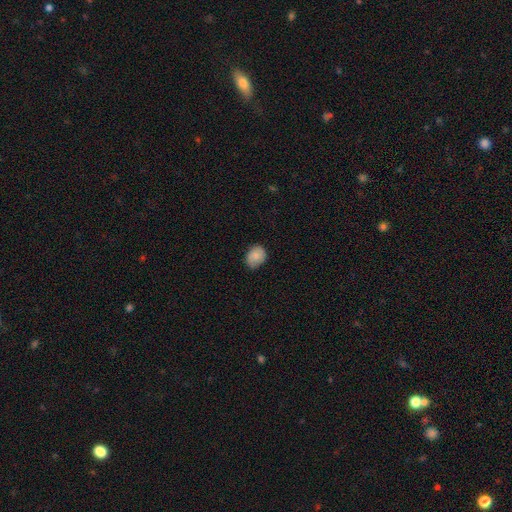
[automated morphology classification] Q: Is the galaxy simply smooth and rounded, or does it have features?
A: smooth — 78%.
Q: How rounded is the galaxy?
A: round — 59%.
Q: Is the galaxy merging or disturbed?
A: none — 73%.